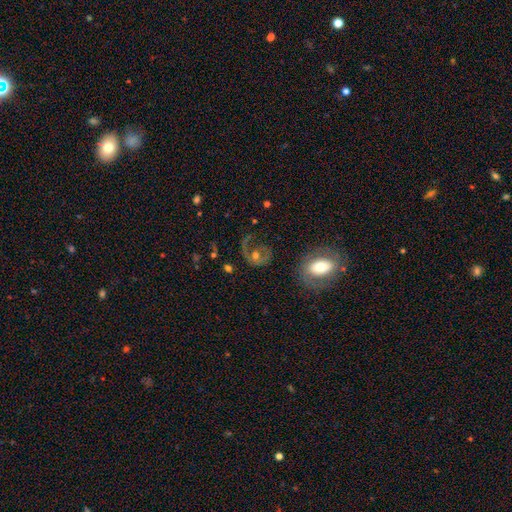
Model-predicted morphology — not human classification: Smooth or featured? featured or disk (55%)
Edge-on disk? no (96%)
Bar? no (75%)
Spiral arms? yes (60%)
Bulge size? moderate (62%)
Merging? none (46%)